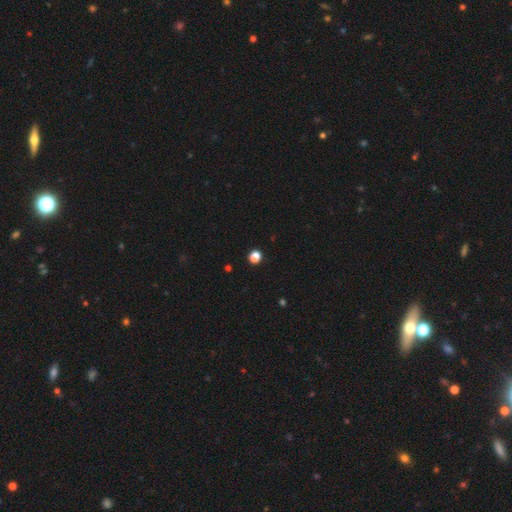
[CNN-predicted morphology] type=smooth (80%); roundness=round (69%); merging=none (90%).